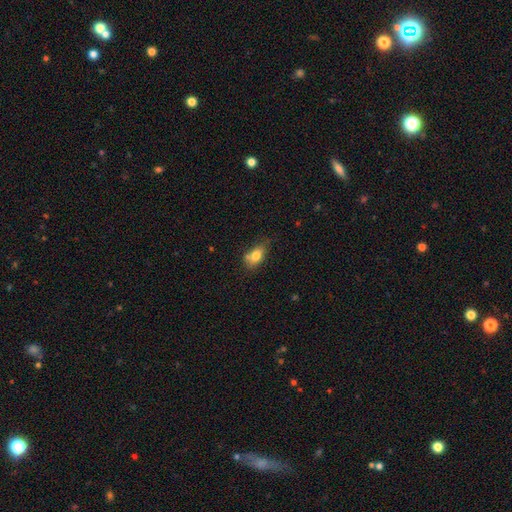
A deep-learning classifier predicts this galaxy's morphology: smooth 77%, featured or disk 14%, star or artifact 9%. Down the decision tree: how rounded — in between (82%); merging — none (56%).